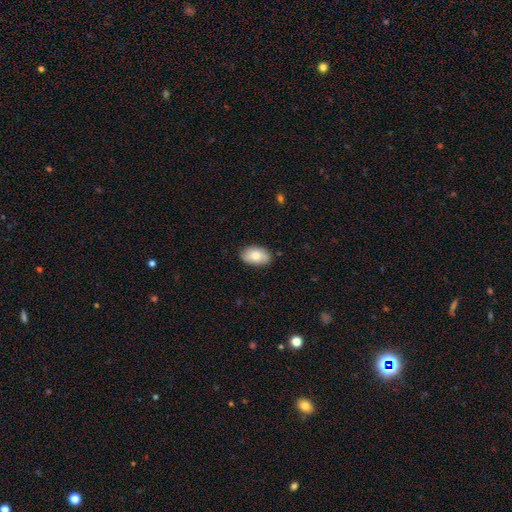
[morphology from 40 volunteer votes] Q: Smooth or featured?
A: smooth (68%); runner-up: featured or disk (22%)
Q: How rounded?
A: in between (96%); runner-up: round (4%)
Q: Merging?
A: none (92%); runner-up: minor disturbance (6%)